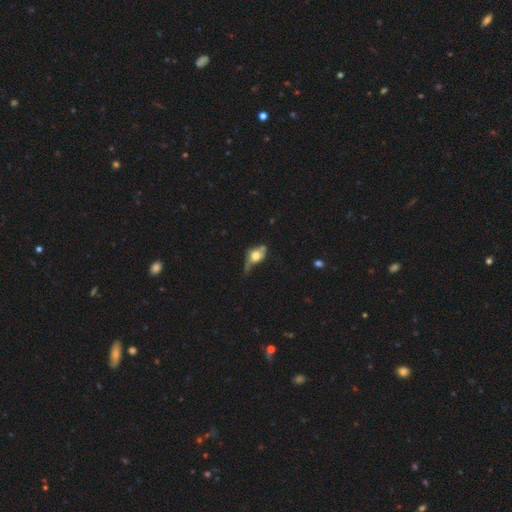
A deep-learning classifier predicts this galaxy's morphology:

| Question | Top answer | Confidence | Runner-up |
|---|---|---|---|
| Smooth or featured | smooth | 48% | featured or disk (42%) |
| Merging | none | 36% | minor disturbance (31%) |